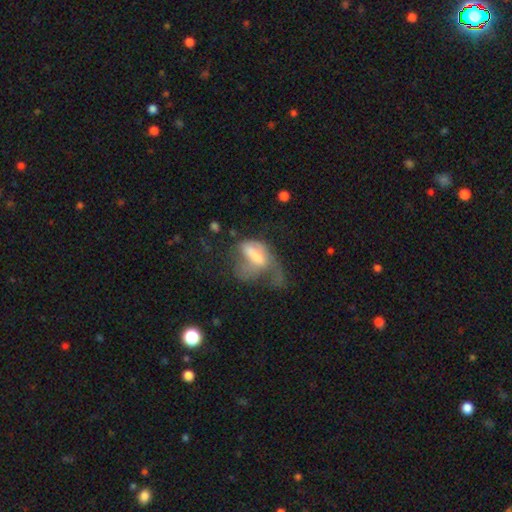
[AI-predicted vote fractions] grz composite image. It shows a smooth galaxy with no disk features (47%). Merging: major disturbance (64%).